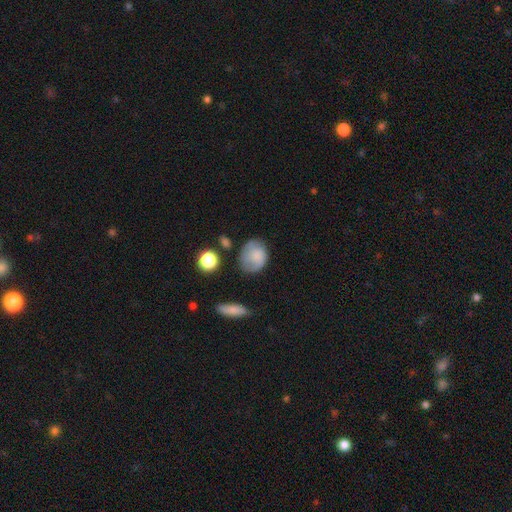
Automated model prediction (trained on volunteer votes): Smooth or featured? Predicted: smooth (p=0.69). How rounded? Predicted: round (p=0.51). Merging? Predicted: none (p=0.57).